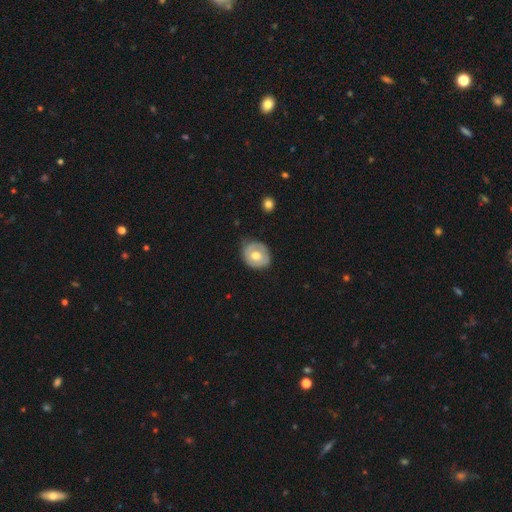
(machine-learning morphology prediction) smooth 55%, featured or disk 38%, star or artifact 6%. Down the decision tree: how rounded — round (70%); merging — none (71%).